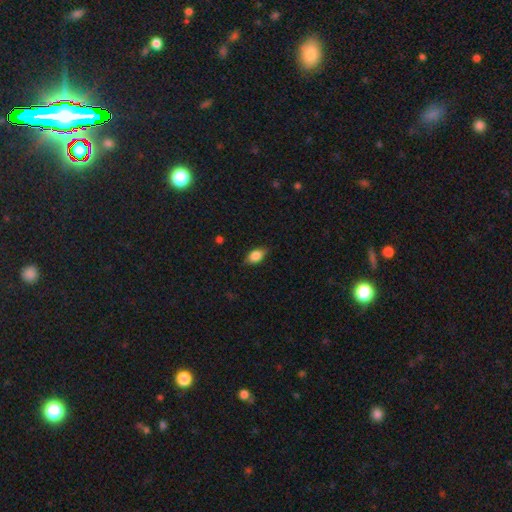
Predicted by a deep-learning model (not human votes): A smooth galaxy with no disk features (83%) that is in between round and cigar-shaped (86%).

Vote fractions:
- Smooth or featured? smooth: 83% / featured or disk: 10% / star or artifact: 8%
- How rounded? in between: 86% / round: 9% / cigar-shaped: 5%
- Merging? none: 82% / minor disturbance: 15% / major disturbance: 3% / merger: 1%